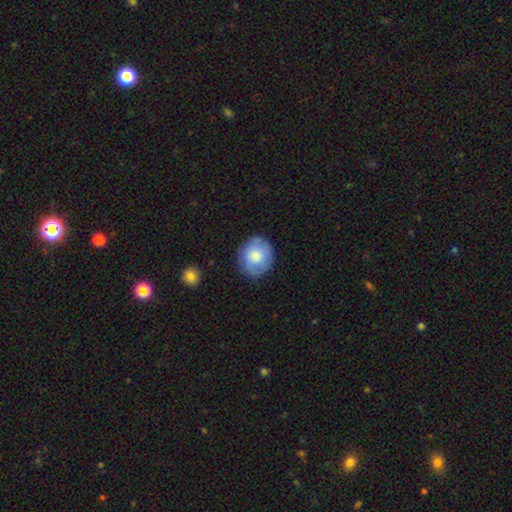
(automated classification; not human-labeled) Smooth or featured: smooth — 70% (featured or disk — 23%)
How rounded: round — 78% (in between — 21%)
Merging: none — 78% (minor disturbance — 16%)